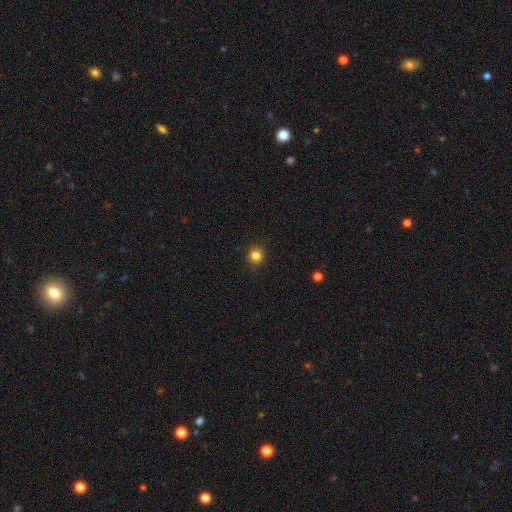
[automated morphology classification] Q: Smooth or featured?
A: smooth (83%); runner-up: star or artifact (13%)
Q: How rounded?
A: round (94%); runner-up: in between (5%)
Q: Merging?
A: none (92%); runner-up: minor disturbance (6%)